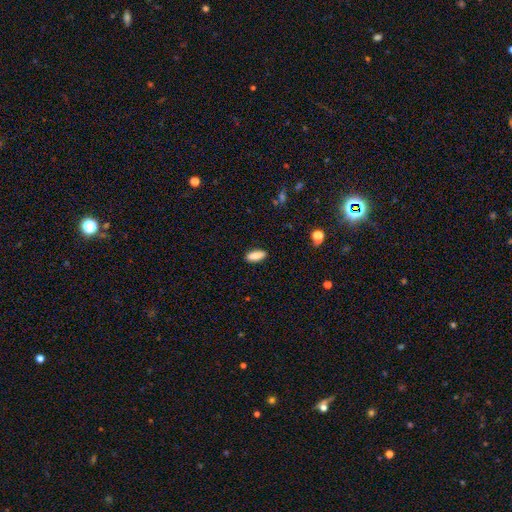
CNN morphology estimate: smooth-or-featured: smooth: 86% | featured or disk: 7% | star or artifact: 7%
  how-rounded: in between: 74% | cigar-shaped: 23% | round: 2%
  merging: none: 89% | minor disturbance: 8% | major disturbance: 2% | merger: 1%